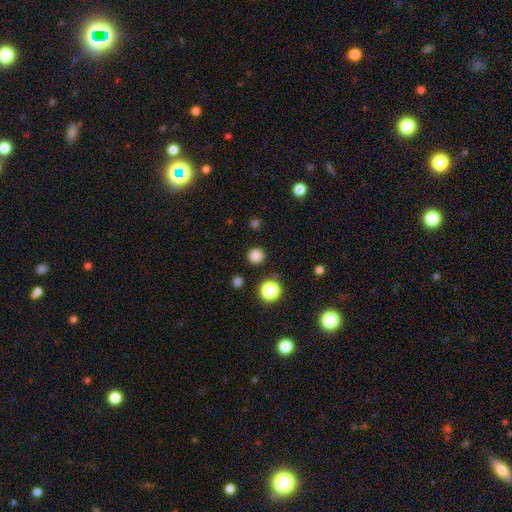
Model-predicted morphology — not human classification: Smooth or featured?
  - smooth: 82% *
  - star or artifact: 15%
  - featured or disk: 3%
How rounded?
  - round: 93% *
  - in between: 6%
  - cigar-shaped: 1%
Merging?
  - none: 90% *
  - minor disturbance: 6%
  - major disturbance: 2%
  - merger: 2%